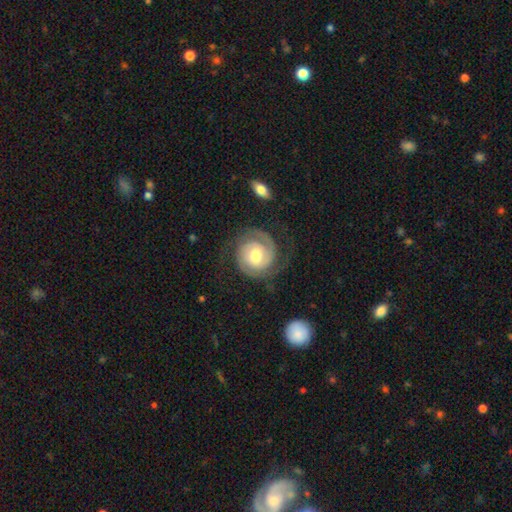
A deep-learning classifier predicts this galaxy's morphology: This is clearly a featured or disk galaxy (83%). It is clearly not viewed edge-on (98%). Bar: possibly no (52%). Spiral arm pattern: clearly yes (96%). Spiral arm count: likely 2 (77%). Spiral winding: likely tight (64%). Central bulge: likely moderate (71%). Merging: likely none (75%).